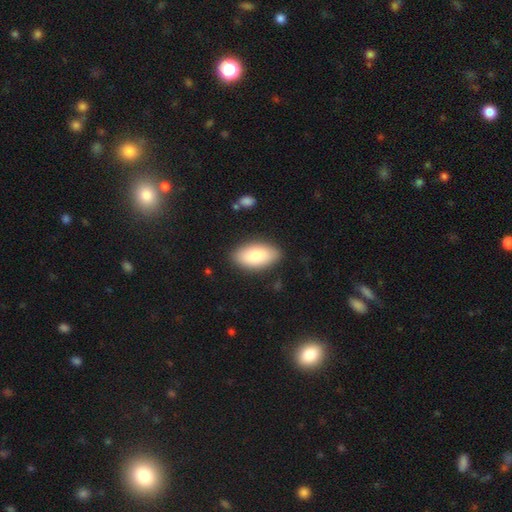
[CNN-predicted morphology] This is clearly a smooth galaxy (81%). How rounded: clearly in between (94%). Merging: clearly none (85%).